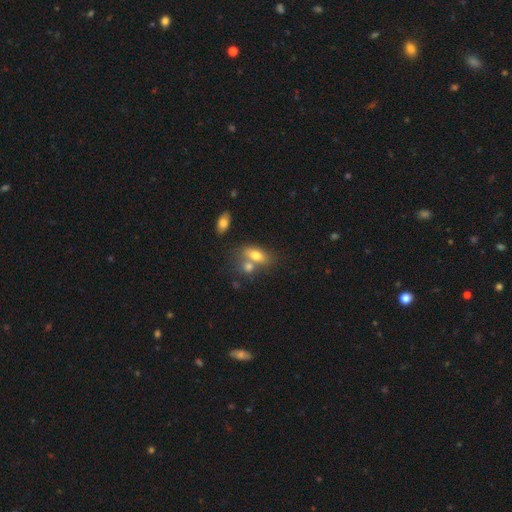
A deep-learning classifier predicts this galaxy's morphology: A smooth galaxy with no disk features (74%) that is in between round and cigar-shaped (81%). Merging: merger (44%).